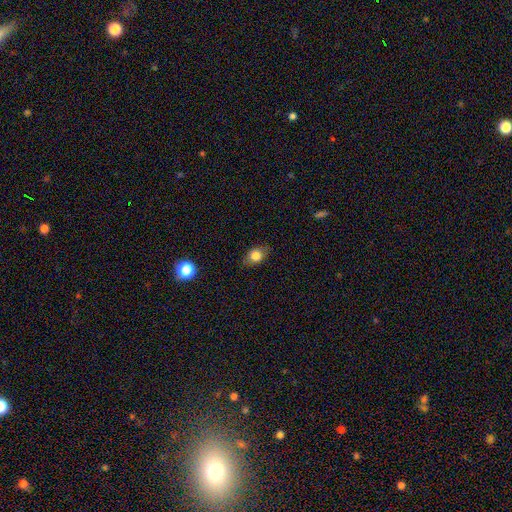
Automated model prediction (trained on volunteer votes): Smooth or featured: smooth — 78% (featured or disk — 12%)
How rounded: in between — 69% (round — 29%)
Merging: none — 82% (minor disturbance — 14%)